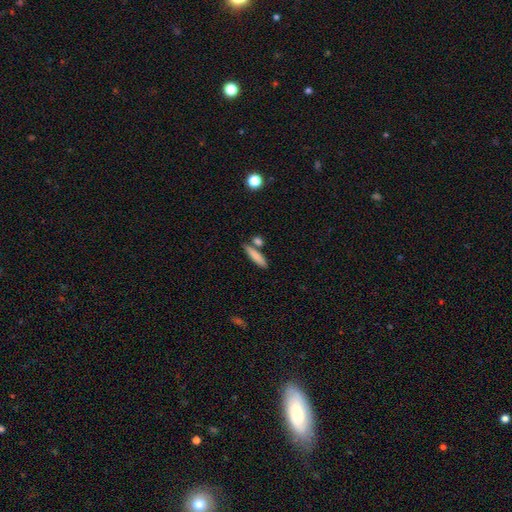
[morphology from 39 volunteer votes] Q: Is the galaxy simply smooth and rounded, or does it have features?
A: smooth — 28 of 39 (72%).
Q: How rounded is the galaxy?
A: cigar-shaped — 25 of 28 (89%).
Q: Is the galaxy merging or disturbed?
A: none — 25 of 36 (69%).